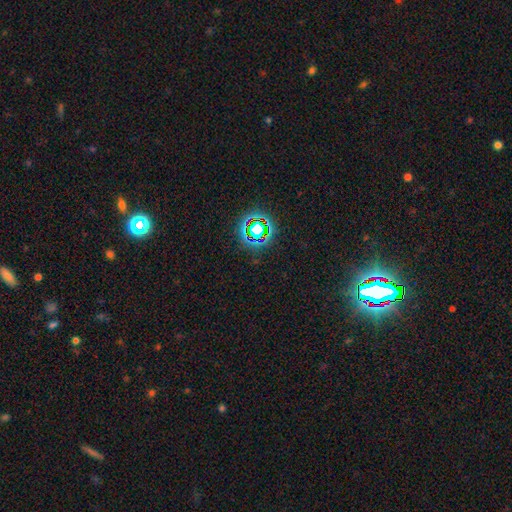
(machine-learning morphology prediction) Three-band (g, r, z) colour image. It shows a star or artifact, not a galaxy (75%).